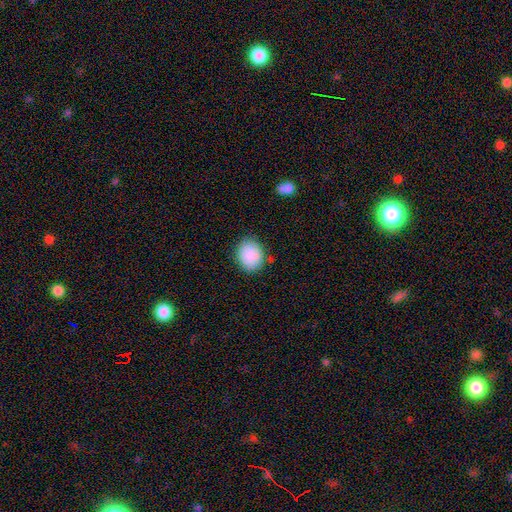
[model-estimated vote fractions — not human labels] Smooth or featured? smooth (89%)
How rounded? in between (56%)
Merging? none (80%)